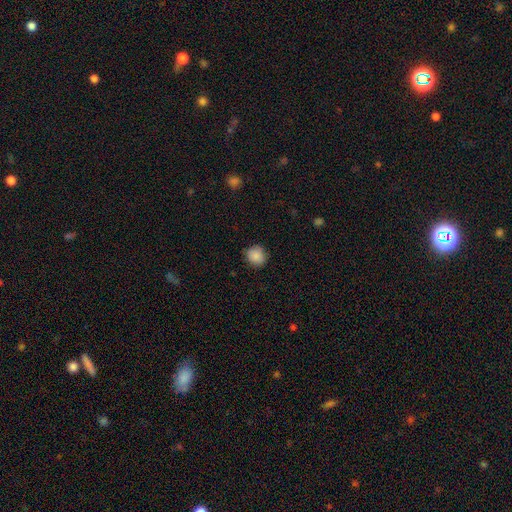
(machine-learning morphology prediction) The model was most divided on "merging": none: 86%, minor disturbance: 11%, major disturbance: 2%, merger: 1%. More confident: how rounded — round (89%); smooth or featured — smooth (87%).